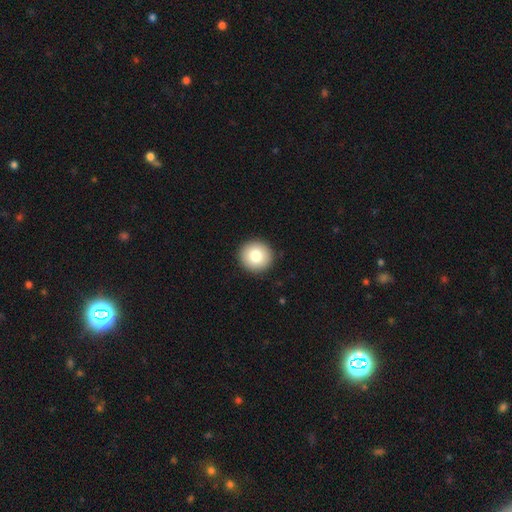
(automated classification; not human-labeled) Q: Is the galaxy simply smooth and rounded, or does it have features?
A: smooth — 81%.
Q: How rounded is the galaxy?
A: round — 93%.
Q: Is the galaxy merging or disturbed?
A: none — 92%.